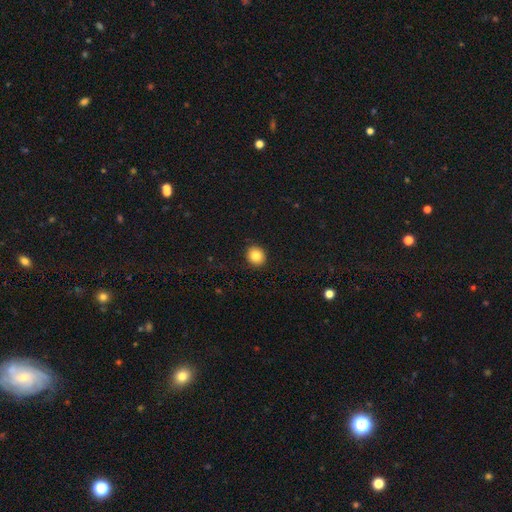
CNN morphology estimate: Q: Smooth or featured?
A: smooth (83%); runner-up: star or artifact (10%)
Q: How rounded?
A: round (74%); runner-up: in between (25%)
Q: Merging?
A: none (91%); runner-up: minor disturbance (6%)